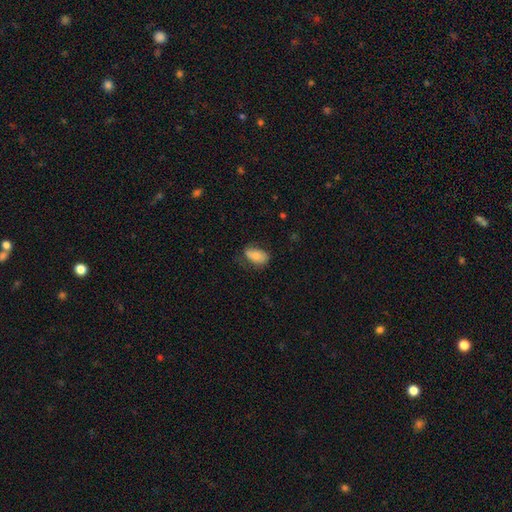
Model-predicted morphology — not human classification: Q: Smooth or featured?
A: smooth (78%); runner-up: featured or disk (15%)
Q: How rounded?
A: in between (91%); runner-up: round (6%)
Q: Merging?
A: none (58%); runner-up: minor disturbance (29%)